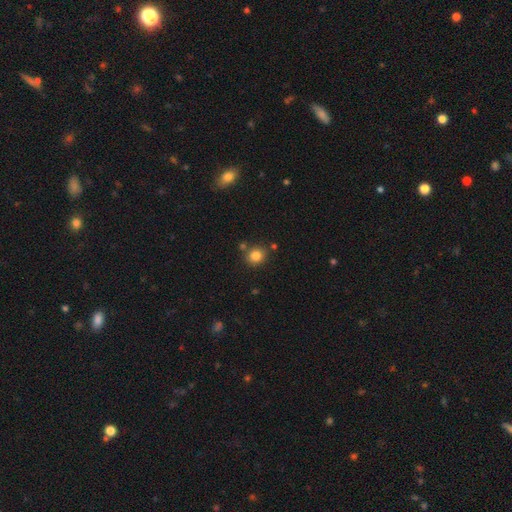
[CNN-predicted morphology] Smooth or featured: smooth — 83% (star or artifact — 12%)
How rounded: round — 82% (in between — 17%)
Merging: none — 78% (minor disturbance — 10%)